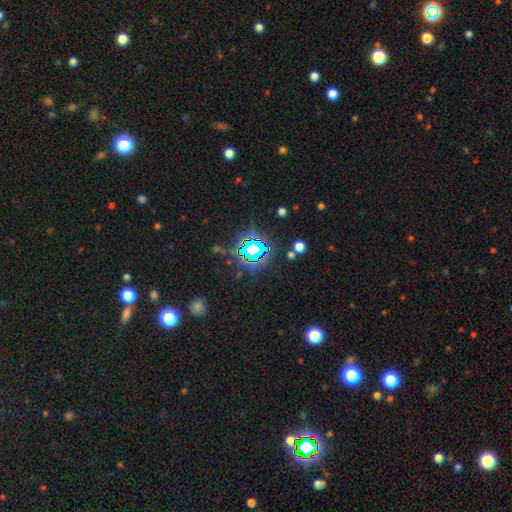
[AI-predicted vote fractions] Smooth or featured?
  - star or artifact: 77% *
  - smooth: 14%
  - featured or disk: 9%